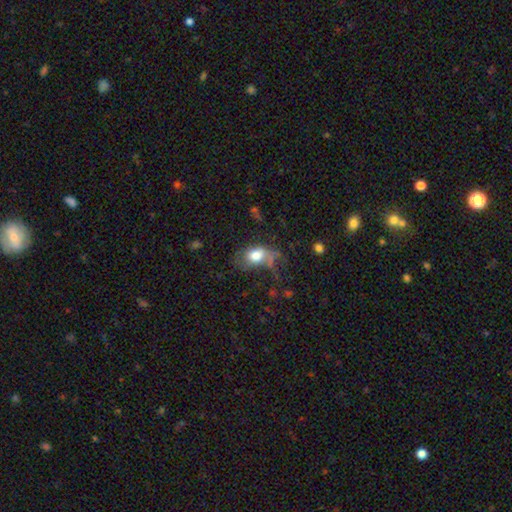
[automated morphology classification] A smooth galaxy with no disk features (70%) that is in between round and cigar-shaped (75%).

Vote fractions:
- Smooth or featured? smooth: 70% / featured or disk: 20% / star or artifact: 10%
- How rounded? in between: 75% / round: 23% / cigar-shaped: 2%
- Merging? major disturbance: 33% (tied) / none: 33% (tied) / minor disturbance: 26% / merger: 8%